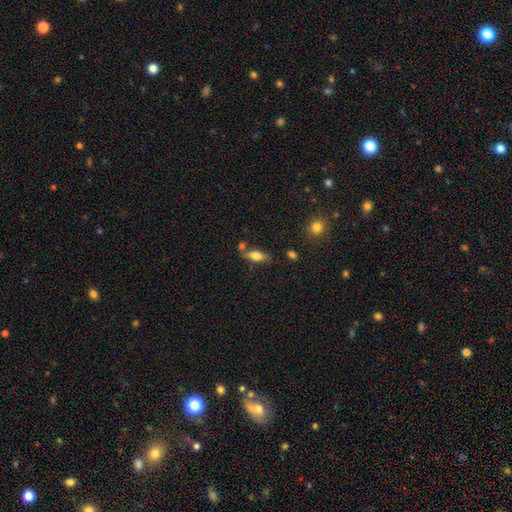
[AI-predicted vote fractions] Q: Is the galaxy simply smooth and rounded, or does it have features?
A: smooth — 70%.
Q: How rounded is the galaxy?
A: in between — 71%.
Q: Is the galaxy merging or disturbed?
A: none — 64%.